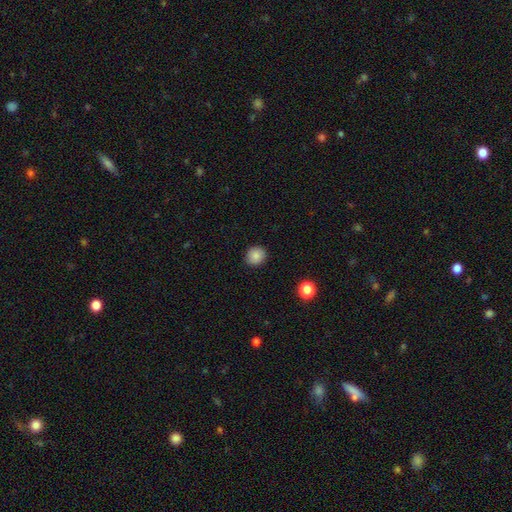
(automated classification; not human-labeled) This is clearly a smooth galaxy (86%). How rounded: clearly round (81%). Merging: clearly none (90%).